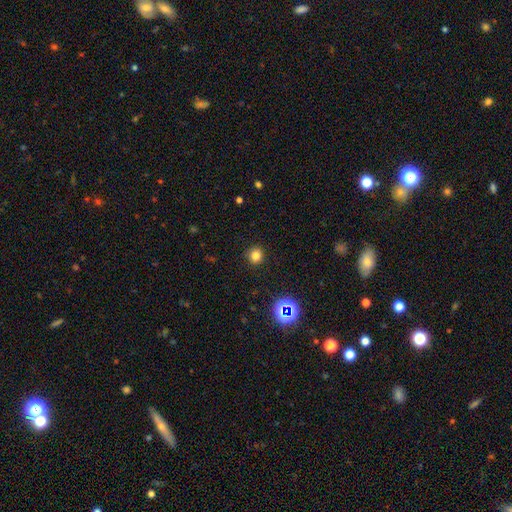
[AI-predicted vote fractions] Smooth or featured? Predicted: smooth (p=0.78). How rounded? Predicted: round (p=0.90). Merging? Predicted: none (p=0.91).